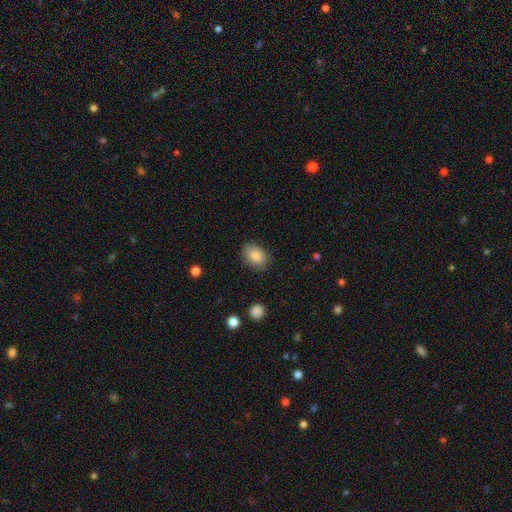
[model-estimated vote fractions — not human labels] Overall: smooth (86%). How rounded: in between (79%). Merging: none (79%).